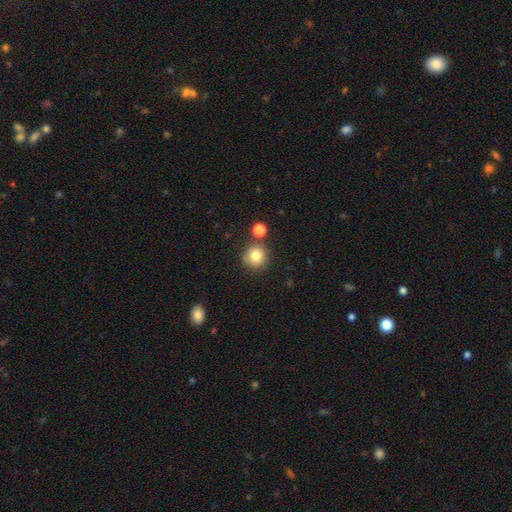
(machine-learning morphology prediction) Q: Smooth or featured?
A: smooth (81%); runner-up: star or artifact (11%)
Q: How rounded?
A: round (91%); runner-up: in between (8%)
Q: Merging?
A: none (75%); runner-up: merger (11%)